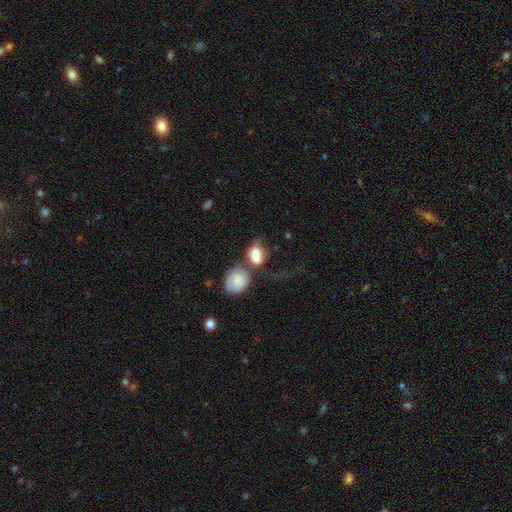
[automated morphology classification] Overall: smooth (73%). How rounded: in between (73%). Merging: merger (45%; major disturbance 22%).